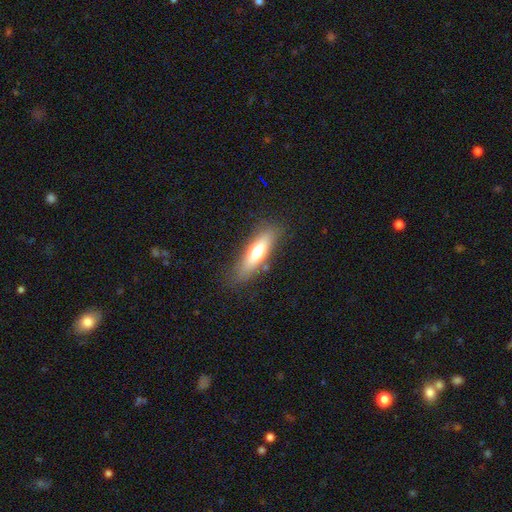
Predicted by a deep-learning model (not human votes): Smooth or featured?
  - smooth: 61% *
  - featured or disk: 32%
  - star or artifact: 7%
How rounded?
  - cigar-shaped: 58% *
  - in between: 40%
  - round: 2%
Merging?
  - none: 83% *
  - minor disturbance: 12%
  - major disturbance: 3%
  - merger: 2%